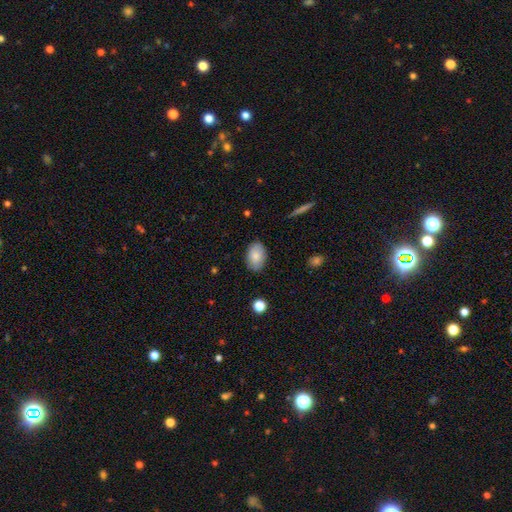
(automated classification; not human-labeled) smooth-or-featured: smooth: 83% | featured or disk: 10% | star or artifact: 7%
  how-rounded: in between: 88% | round: 10% | cigar-shaped: 1%
  merging: none: 84% | minor disturbance: 12% | major disturbance: 3% | merger: 1%